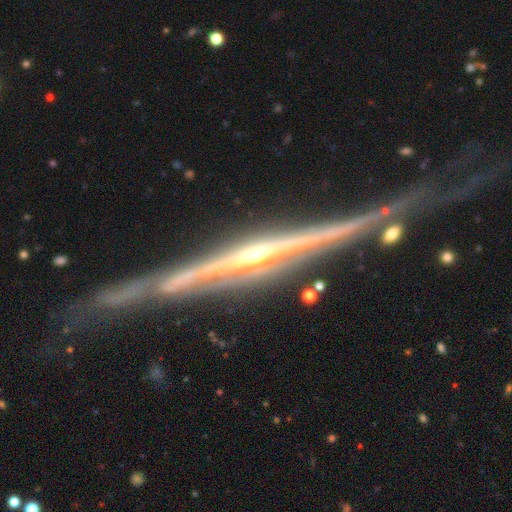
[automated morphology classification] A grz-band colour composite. It shows a featured or disk galaxy (90%) viewed edge-on (95%) with a rounded central bulge (67%). Merging: none (64%).